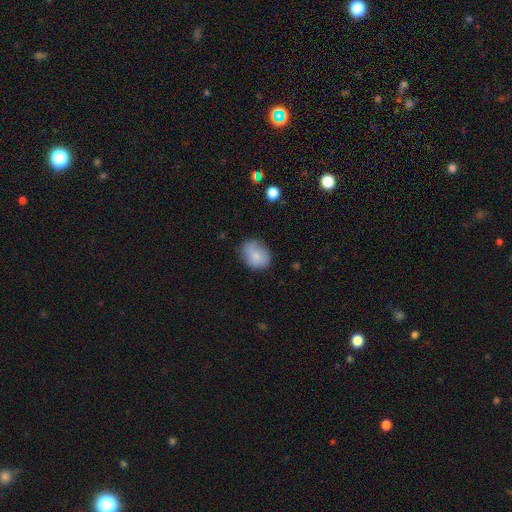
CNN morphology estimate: This appears to be a smooth galaxy with no disk features (83%) that is in between round and cigar-shaped (69%). Merging: none (71%).